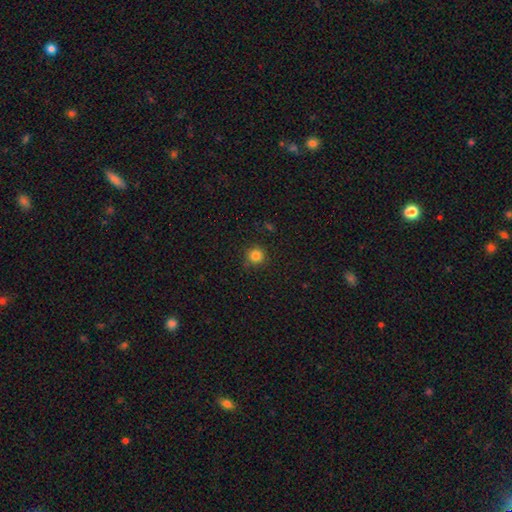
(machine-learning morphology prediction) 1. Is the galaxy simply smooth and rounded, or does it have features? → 83% smooth, 13% star or artifact, 5% featured or disk.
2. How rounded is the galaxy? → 94% round, 5% in between, 1% cigar-shaped.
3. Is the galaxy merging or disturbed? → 86% none, 10% minor disturbance, 2% major disturbance, 2% merger.